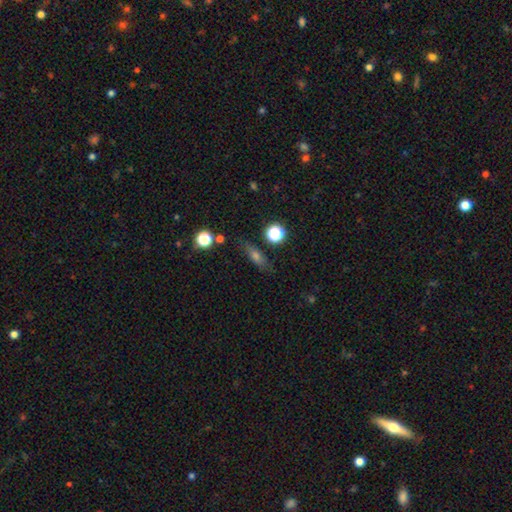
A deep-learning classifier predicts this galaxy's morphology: A smooth galaxy with no disk features (53%) that is cigar-shaped (49%). Merging: none (76%).